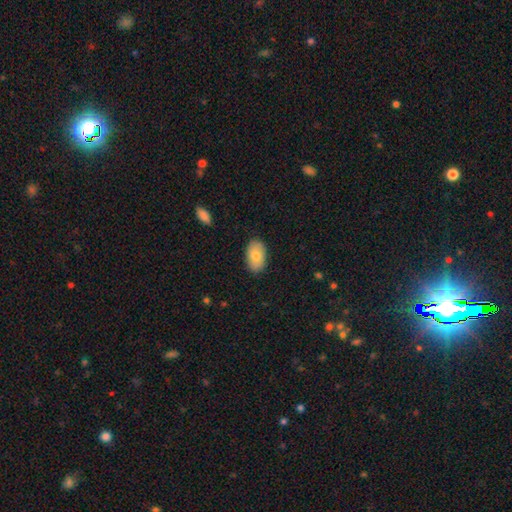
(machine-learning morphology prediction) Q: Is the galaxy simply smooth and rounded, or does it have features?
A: smooth — 80%.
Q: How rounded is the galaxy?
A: in between — 93%.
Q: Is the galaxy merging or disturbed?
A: none — 87%.